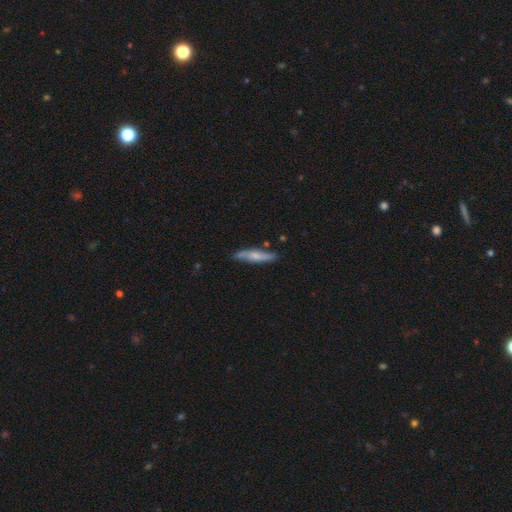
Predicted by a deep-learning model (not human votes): Smooth or featured? Predicted: smooth (p=0.49). Merging? Predicted: none (p=0.78).